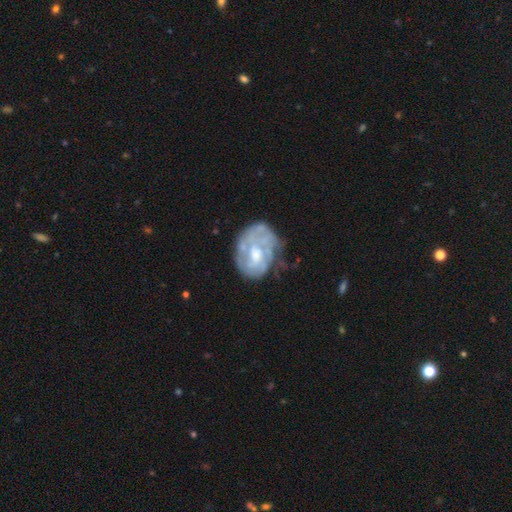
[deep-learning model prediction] Overall: featured or disk (67%). Edge-on disk: no (97%). Bar: no (70%). Spiral arms: yes (54%; no 46%). Bulge size: moderate (60%; small 21%). Merging: none (49%; minor disturbance 28%).